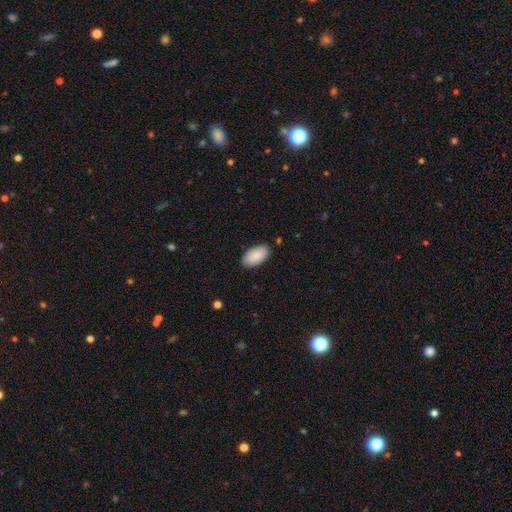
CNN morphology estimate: smooth_or_featured: smooth (p=0.89) [alt: star or artifact p=0.06]
how_rounded: in between (p=0.96) [alt: round p=0.02]
merging: none (p=0.87) [alt: minor disturbance p=0.10]